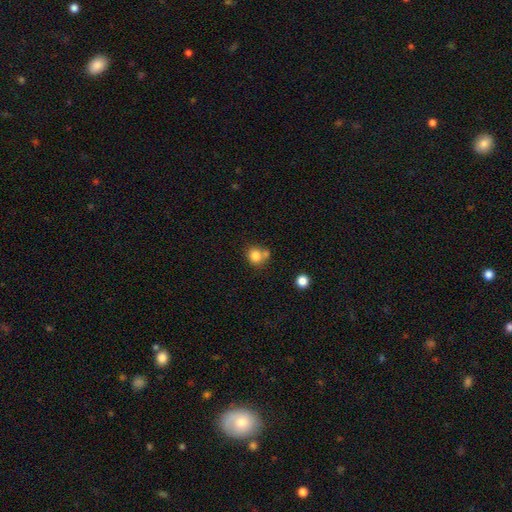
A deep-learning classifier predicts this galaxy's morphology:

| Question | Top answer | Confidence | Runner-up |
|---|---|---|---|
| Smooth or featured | smooth | 81% | star or artifact (11%) |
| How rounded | round | 79% | in between (20%) |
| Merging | none | 54% | merger (29%) |